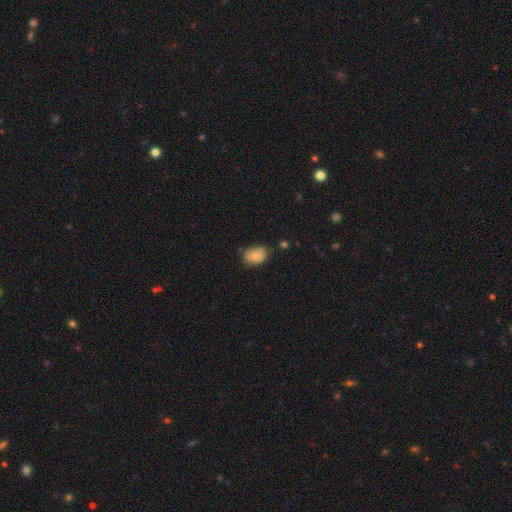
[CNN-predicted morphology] smooth_or_featured: smooth (p=0.84) [alt: star or artifact p=0.08]
how_rounded: in between (p=0.81) [alt: round p=0.18]
merging: none (p=0.64) [alt: minor disturbance p=0.26]